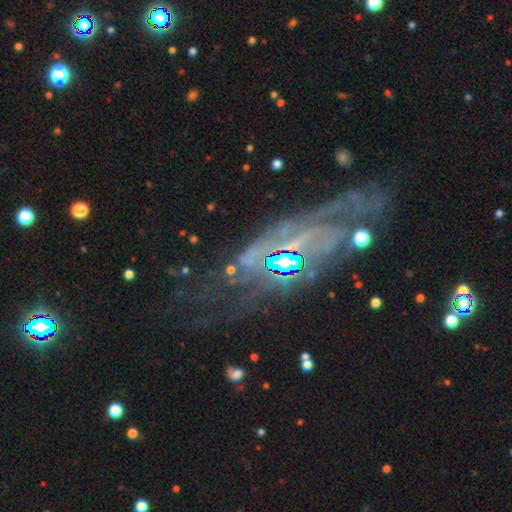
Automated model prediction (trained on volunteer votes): smooth_or_featured: featured or disk (p=0.70) [alt: star or artifact p=0.19]
disk_edge_on: no (p=0.83) [alt: yes p=0.17]
bar: no (p=0.59) [alt: weak p=0.24]
has_spiral_arms: yes (p=0.79) [alt: no p=0.21]
bulge_size: moderate (p=0.41) [alt: small p=0.35]
merging: none (p=0.59) [alt: minor disturbance p=0.18]